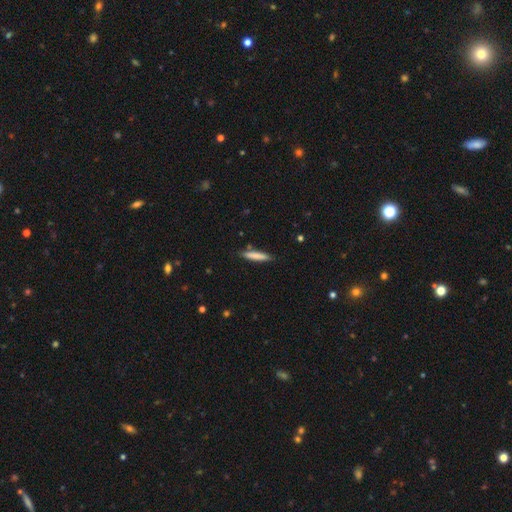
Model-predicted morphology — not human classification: Smooth or featured? Predicted: smooth (p=0.78). How rounded? Predicted: cigar-shaped (p=0.91). Merging? Predicted: none (p=0.85).